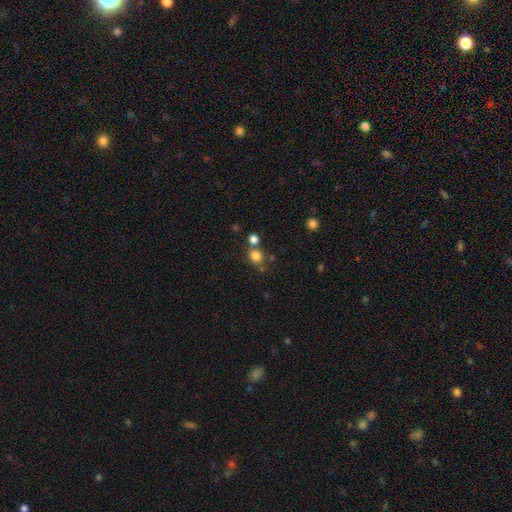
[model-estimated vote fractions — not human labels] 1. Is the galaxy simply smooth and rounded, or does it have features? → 80% smooth, 14% star or artifact, 7% featured or disk.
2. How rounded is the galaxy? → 76% round, 23% in between, 1% cigar-shaped.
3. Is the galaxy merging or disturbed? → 62% none, 23% merger, 11% minor disturbance, 5% major disturbance.